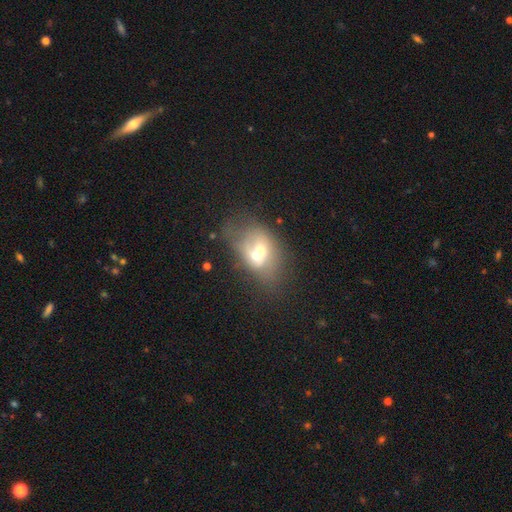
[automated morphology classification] Smooth or featured?
  - smooth: 47% *
  - featured or disk: 42%
  - star or artifact: 11%
Merging?
  - merger: 60% *
  - none: 21%
  - minor disturbance: 11%
  - major disturbance: 9%